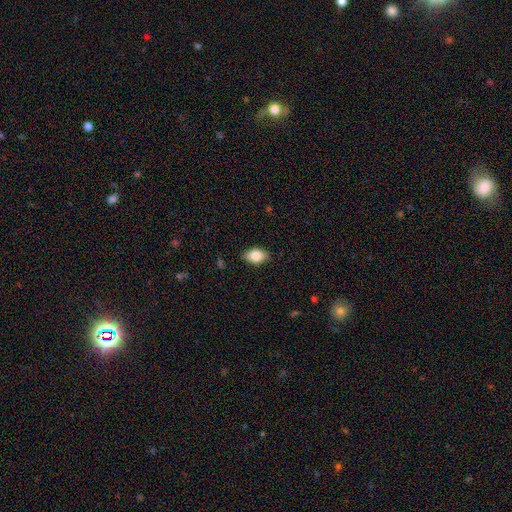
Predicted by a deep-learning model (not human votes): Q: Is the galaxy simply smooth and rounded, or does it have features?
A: smooth — 83%.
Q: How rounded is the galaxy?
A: in between — 88%.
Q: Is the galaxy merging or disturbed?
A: none — 86%.